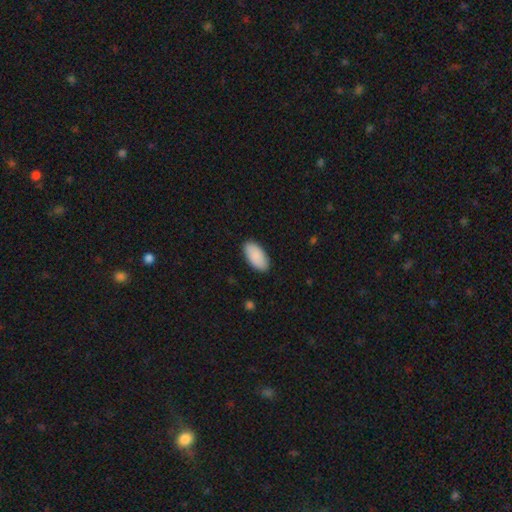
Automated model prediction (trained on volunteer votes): Overall: smooth (90%). How rounded: in between (95%). Merging: none (89%).